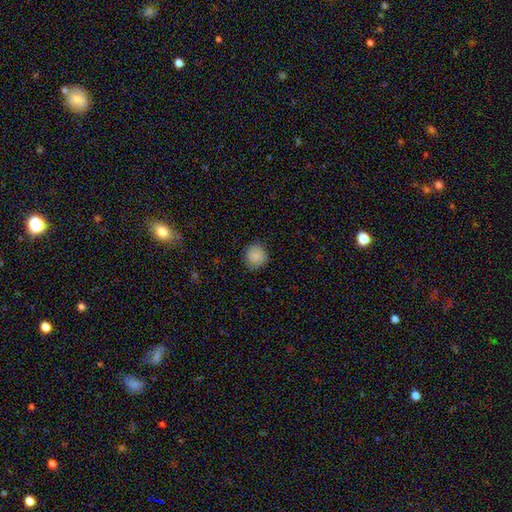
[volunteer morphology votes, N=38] This is clearly a smooth galaxy (95%). How rounded: clearly round (94%). Merging: clearly none (82%).